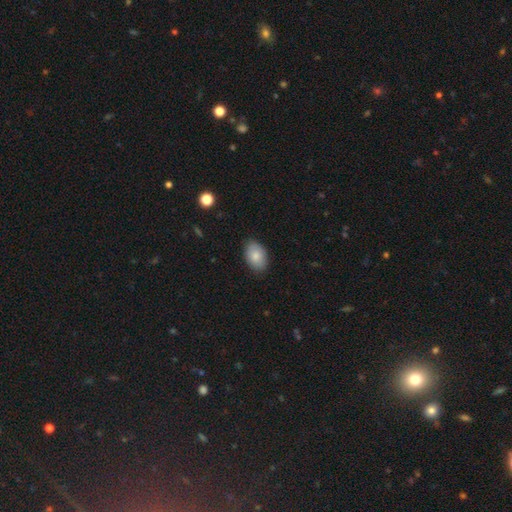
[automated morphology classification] Smooth or featured? Predicted: smooth (p=0.84). How rounded? Predicted: in between (p=0.89). Merging? Predicted: none (p=0.85).